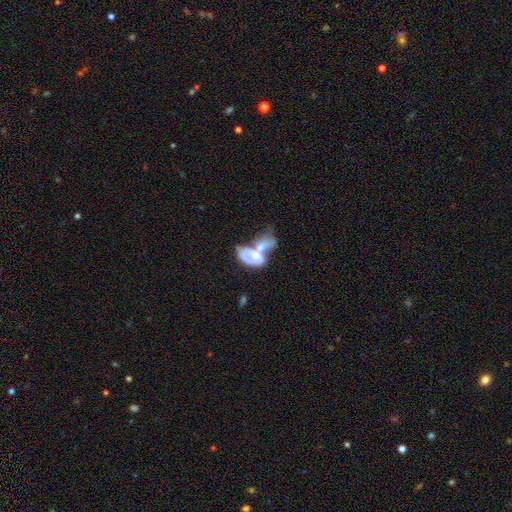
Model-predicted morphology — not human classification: This is possibly a featured or disk galaxy (55%). It is clearly not viewed edge-on (94%). Bar: likely no (75%). Spiral arm pattern: likely no (66%). Central bulge: likely moderate (66%). Merging: likely merger (74%).